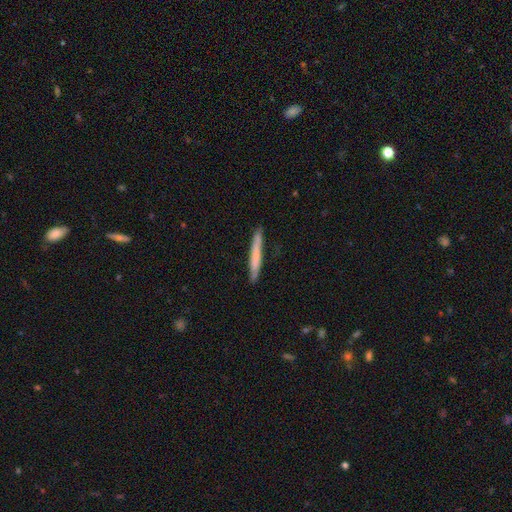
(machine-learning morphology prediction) Smooth or featured? Predicted: smooth (p=0.64). How rounded? Predicted: cigar-shaped (p=0.96). Merging? Predicted: none (p=0.87).